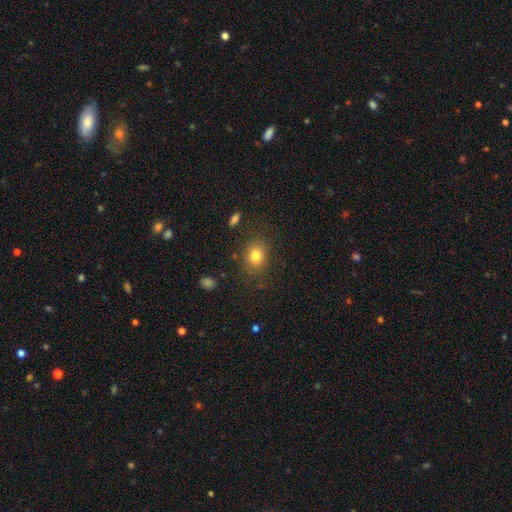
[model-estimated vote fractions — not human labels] Morphology: type=smooth (80%); roundness=round (56%); merging=none (81%).